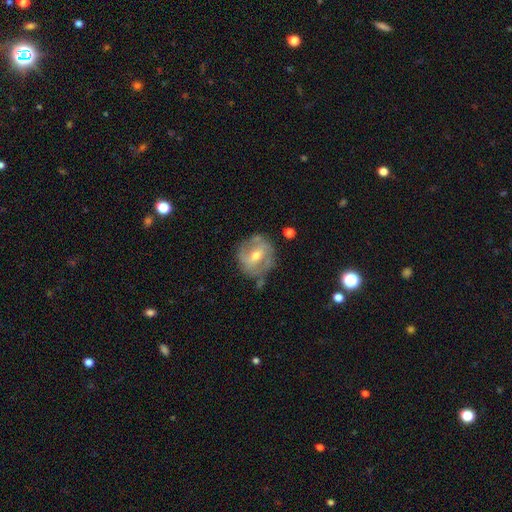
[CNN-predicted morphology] This appears to be a featured or disk galaxy (65%) with a weak bar (42%), spiral arms (58%) and a moderate central bulge (65%). Merging: none (67%).